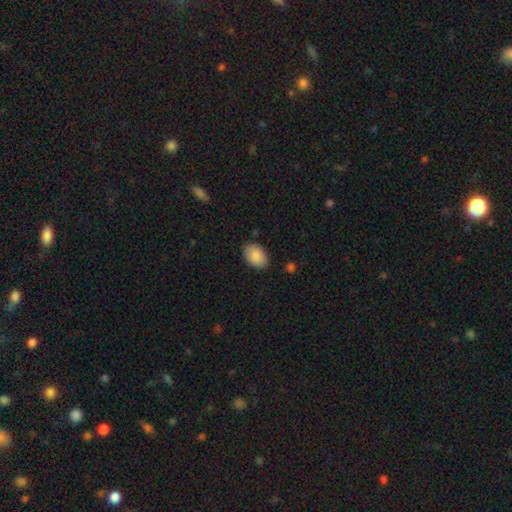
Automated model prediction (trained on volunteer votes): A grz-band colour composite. It shows a smooth galaxy with no disk features (88%) that is in between round and cigar-shaped (88%). Merging: none (84%).